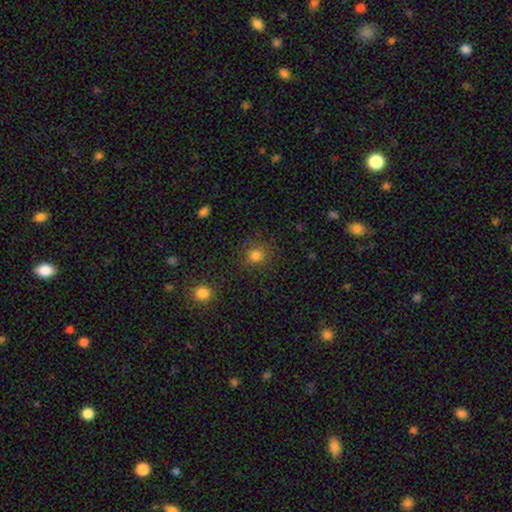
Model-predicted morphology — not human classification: Q: Smooth or featured?
A: smooth (81%); runner-up: star or artifact (14%)
Q: How rounded?
A: round (90%); runner-up: in between (9%)
Q: Merging?
A: none (86%); runner-up: minor disturbance (9%)